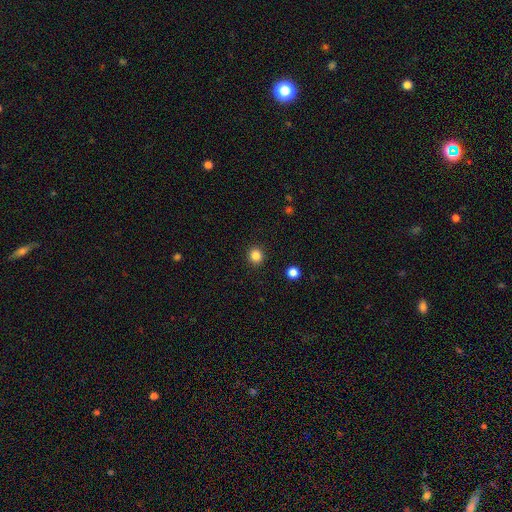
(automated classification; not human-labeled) Smooth or featured? smooth (84%)
How rounded? round (90%)
Merging? none (92%)